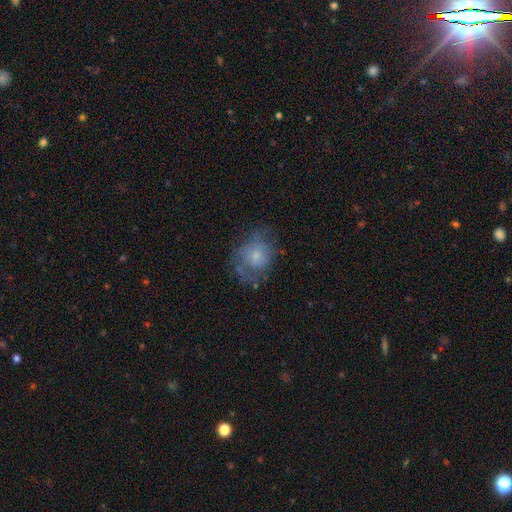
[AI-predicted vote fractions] smooth_or_featured: smooth (p=0.53) [alt: featured or disk p=0.37]
how_rounded: round (p=0.49) [tied with: in between p=0.49]
merging: none (p=0.47) [alt: minor disturbance p=0.26]